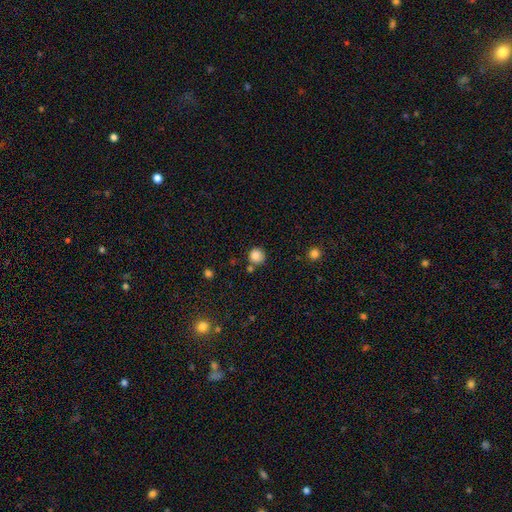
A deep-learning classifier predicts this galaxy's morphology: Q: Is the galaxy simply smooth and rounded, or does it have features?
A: smooth — 86%.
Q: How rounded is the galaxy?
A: round — 91%.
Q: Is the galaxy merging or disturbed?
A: none — 77%.